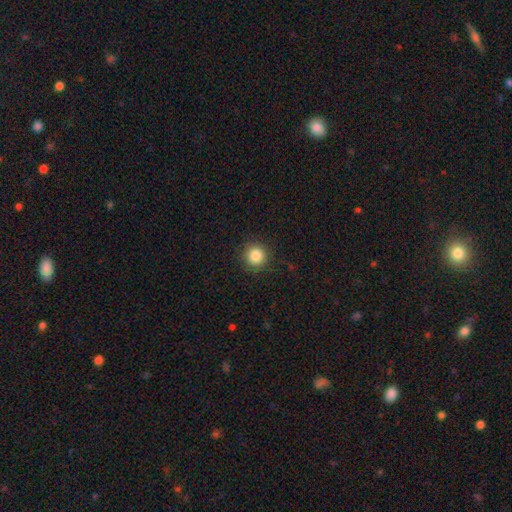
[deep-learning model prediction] Morphology: type=smooth (85%); roundness=round (94%); merging=none (91%).